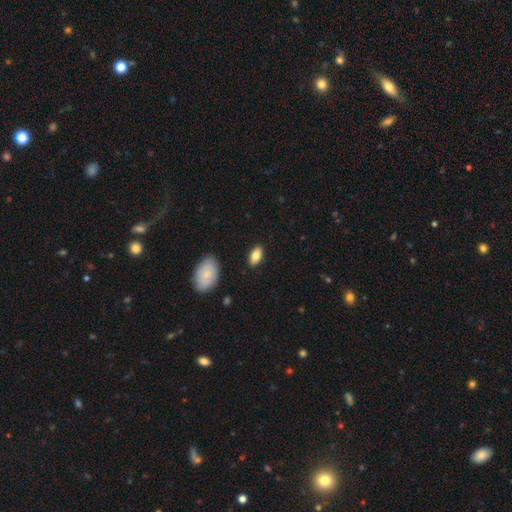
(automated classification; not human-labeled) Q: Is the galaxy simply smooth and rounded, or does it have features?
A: smooth — 82%.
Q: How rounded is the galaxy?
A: in between — 91%.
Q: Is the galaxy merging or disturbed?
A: none — 87%.